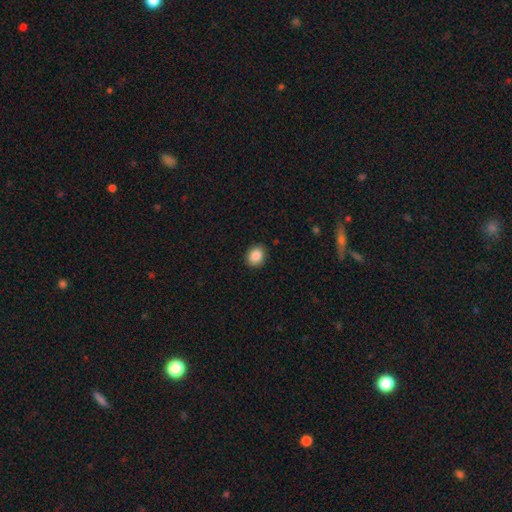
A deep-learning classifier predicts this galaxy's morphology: Q: Smooth or featured?
A: smooth (87%); runner-up: star or artifact (9%)
Q: How rounded?
A: round (60%); runner-up: in between (39%)
Q: Merging?
A: none (90%); runner-up: minor disturbance (7%)